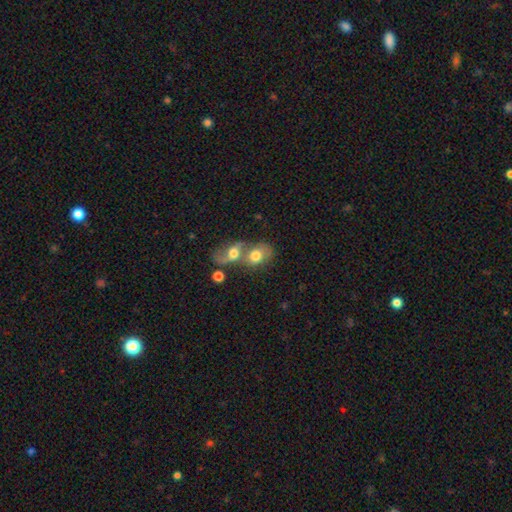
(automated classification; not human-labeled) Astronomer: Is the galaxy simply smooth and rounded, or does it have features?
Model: smooth — 62%.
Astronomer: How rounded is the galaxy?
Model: in between — 57% (runner-up: round, 42%).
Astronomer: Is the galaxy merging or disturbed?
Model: merger — 72%.